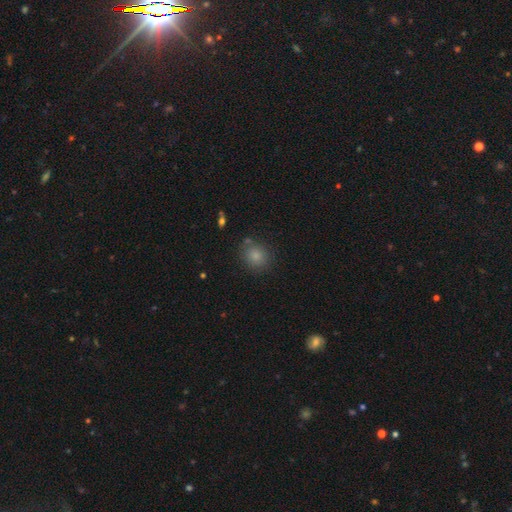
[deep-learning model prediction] Overall: smooth (83%). How rounded: round (75%). Merging: none (79%).